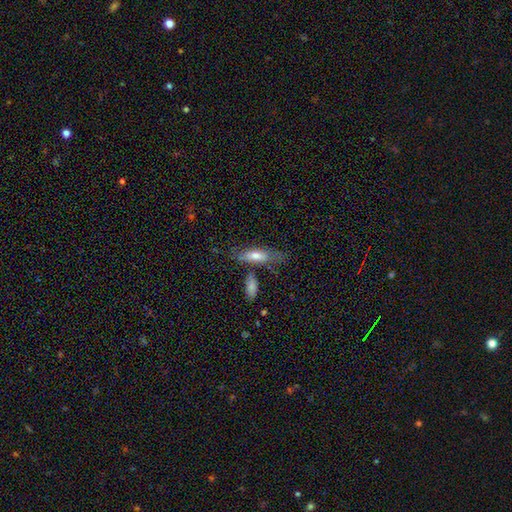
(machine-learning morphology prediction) Smooth or featured: smooth — 61% (featured or disk — 32%)
How rounded: in between — 54% (cigar-shaped — 43%)
Merging: none — 56% (minor disturbance — 21%)